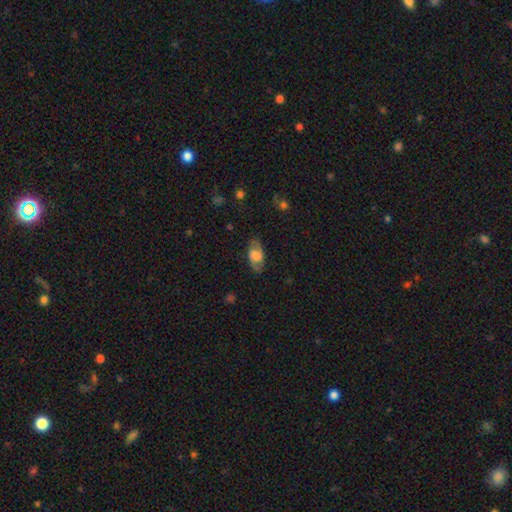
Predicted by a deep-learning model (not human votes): Smooth or featured?
  - smooth: 54% *
  - featured or disk: 38%
  - star or artifact: 8%
How rounded?
  - in between: 89% *
  - round: 6%
  - cigar-shaped: 5%
Merging?
  - none: 77% *
  - minor disturbance: 16%
  - major disturbance: 6%
  - merger: 1%